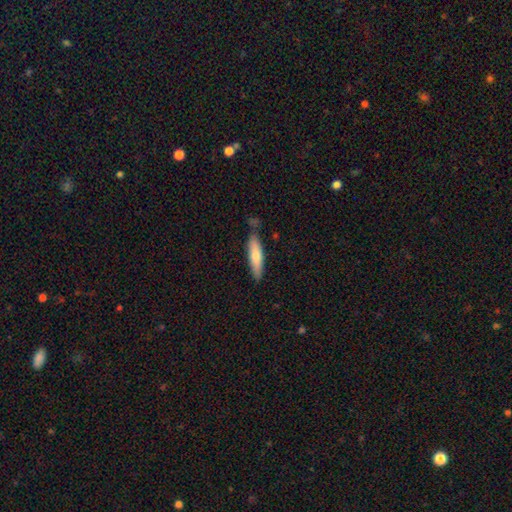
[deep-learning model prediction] A smooth galaxy with no disk features (72%) that is cigar-shaped (74%).

Vote fractions:
- Smooth or featured? smooth: 72% / featured or disk: 23% / star or artifact: 5%
- How rounded? cigar-shaped: 74% / in between: 24% / round: 1%
- Merging? none: 75% / minor disturbance: 16% / merger: 6% / major disturbance: 3%